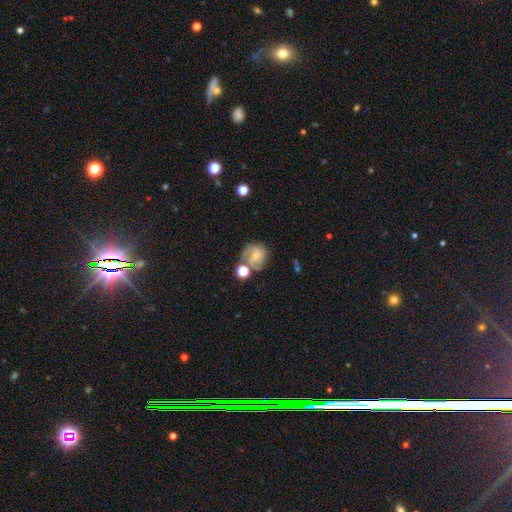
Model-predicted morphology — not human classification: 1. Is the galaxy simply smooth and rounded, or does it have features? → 72% featured or disk, 19% smooth, 9% star or artifact.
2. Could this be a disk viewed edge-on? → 98% no, 2% yes.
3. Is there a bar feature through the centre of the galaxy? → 59% no, 34% weak, 7% strong.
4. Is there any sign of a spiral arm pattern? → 94% yes, 6% no.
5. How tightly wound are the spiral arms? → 45% medium, 40% tight, 15% loose.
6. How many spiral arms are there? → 41% 2, 31% 3, 16% can't tell, 5% 4, 4% 1, 3% more than 4.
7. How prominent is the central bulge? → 65% small, 26% moderate, 6% none, 2% large, 1% dominant.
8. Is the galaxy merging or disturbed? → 56% none, 19% minor disturbance, 15% merger, 10% major disturbance.